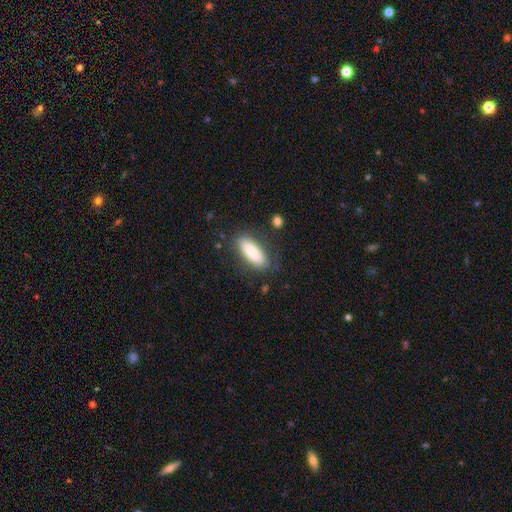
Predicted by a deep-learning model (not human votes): This is clearly a smooth galaxy (84%). How rounded: likely in between (66%). Merging: clearly none (81%).